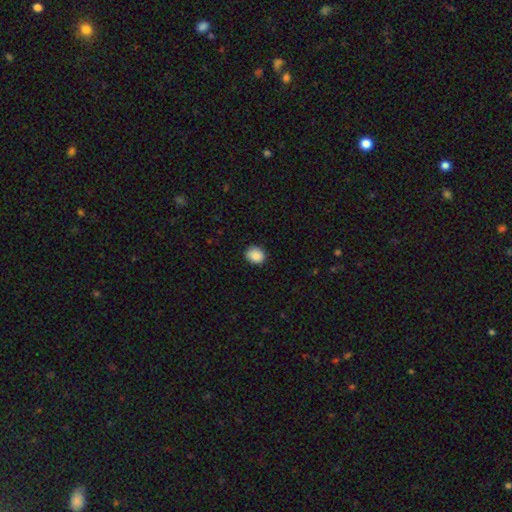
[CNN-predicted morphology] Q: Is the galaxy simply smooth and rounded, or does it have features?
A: smooth — 89%.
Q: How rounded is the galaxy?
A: round — 63%.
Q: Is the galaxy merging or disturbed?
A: none — 88%.